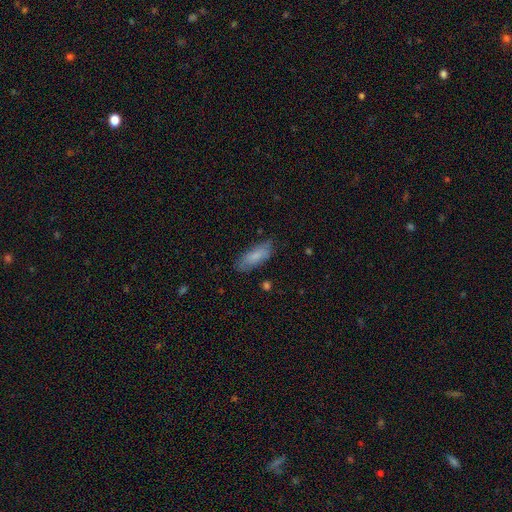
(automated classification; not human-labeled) The model was most divided on "how rounded": in between: 66%, cigar-shaped: 32%, round: 2%. More confident: smooth or featured — smooth (80%); merging — none (76%).